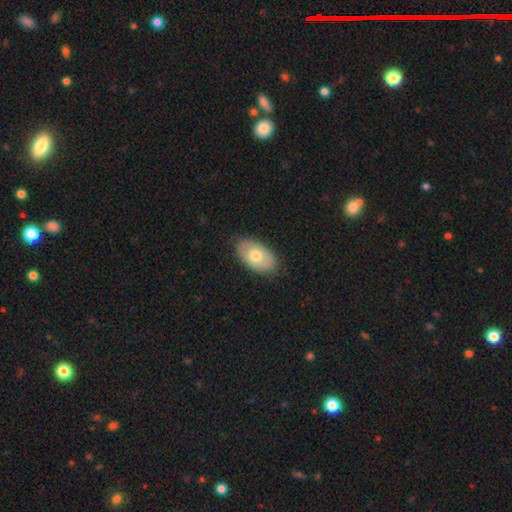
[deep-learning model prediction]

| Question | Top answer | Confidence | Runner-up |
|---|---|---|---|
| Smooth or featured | smooth | 66% | featured or disk (28%) |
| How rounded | in between | 92% | round (7%) |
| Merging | none | 82% | minor disturbance (14%) |